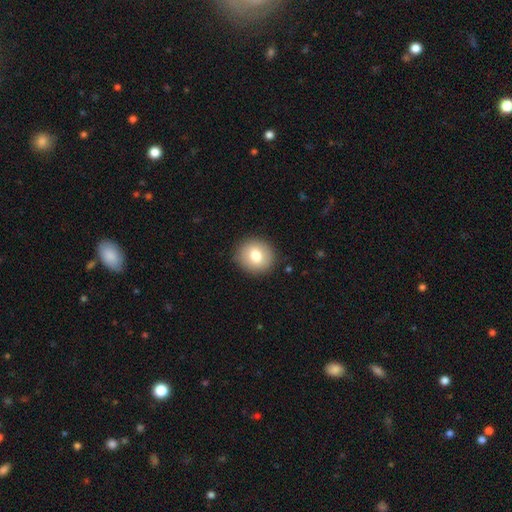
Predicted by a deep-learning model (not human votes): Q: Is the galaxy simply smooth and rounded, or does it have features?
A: smooth — 77%.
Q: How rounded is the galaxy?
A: round — 87%.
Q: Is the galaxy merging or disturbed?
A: none — 90%.